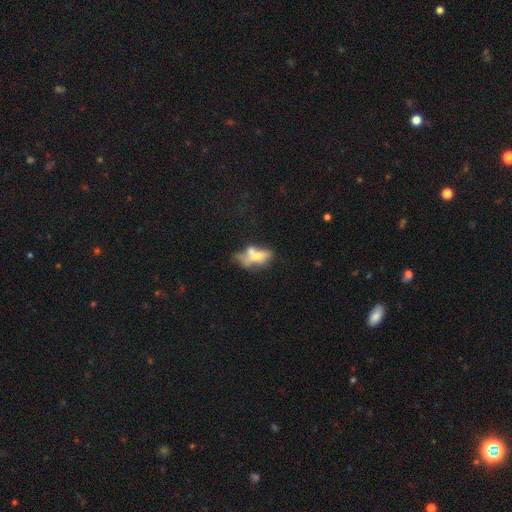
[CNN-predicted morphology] Smooth or featured?
  - smooth: 49% *
  - featured or disk: 40%
  - star or artifact: 11%
Merging?
  - merger: 42% *
  - none: 25%
  - major disturbance: 18%
  - minor disturbance: 15%